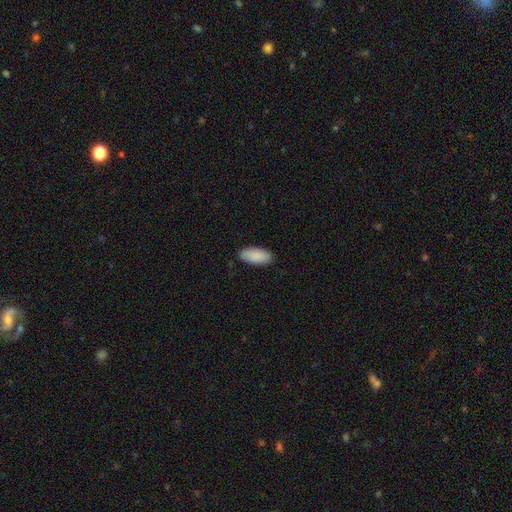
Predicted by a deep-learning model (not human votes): A smooth galaxy with no disk features (89%) that is in between round and cigar-shaped (89%). Merging: none (85%).